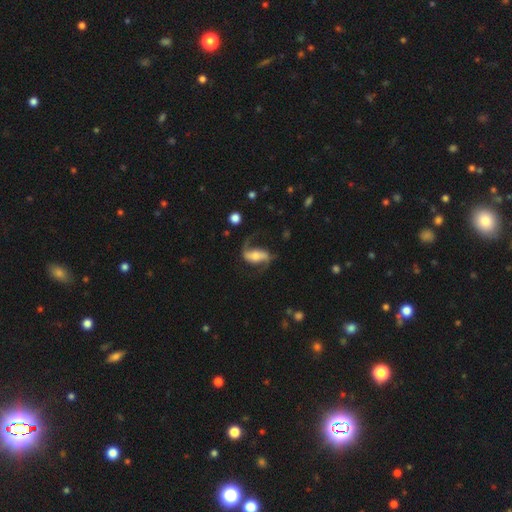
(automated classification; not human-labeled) Overall: featured or disk (78%). Edge-on disk: no (94%). Bar: strong (39%; weak 31%). Spiral arms: yes (94%). Spiral arm count: 2 (86%). Spiral winding: loose (66%; medium 27%). Bulge size: moderate (42%; small 39%). Merging: none (61%).